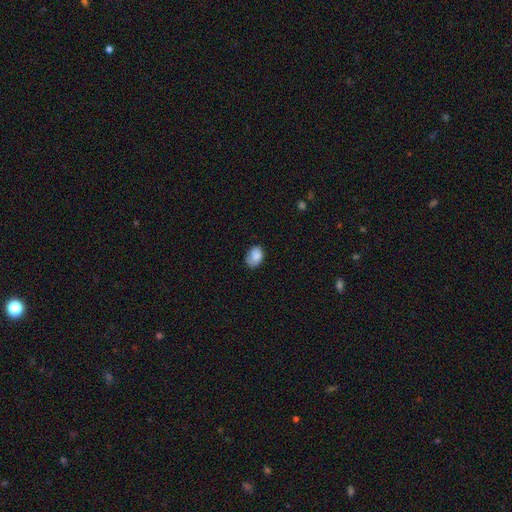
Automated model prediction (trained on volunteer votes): A smooth galaxy with no disk features (82%) that is in between round and cigar-shaped (77%). Merging: none (63%).